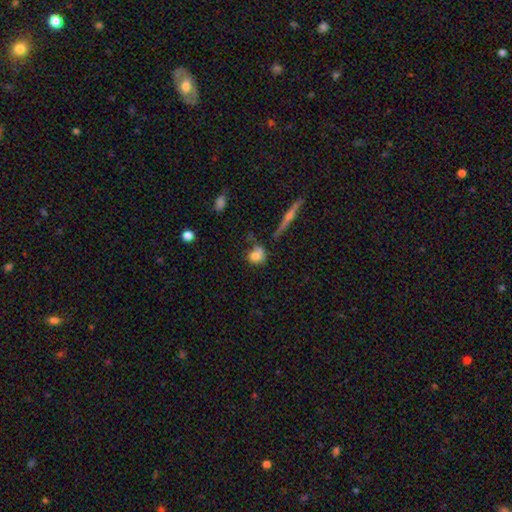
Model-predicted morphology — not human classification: This appears to be a smooth galaxy with no disk features (73%) that is round (71%). Merging: none (51%).